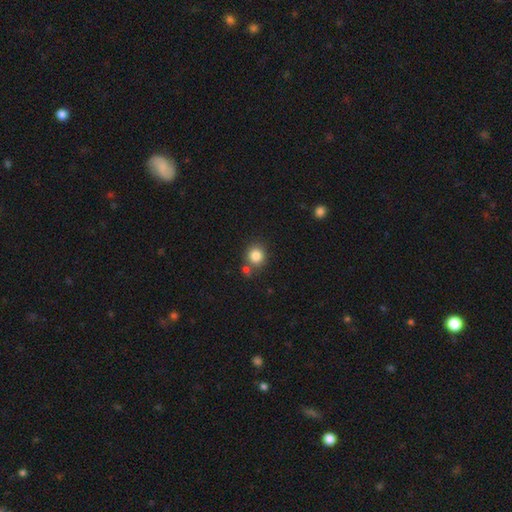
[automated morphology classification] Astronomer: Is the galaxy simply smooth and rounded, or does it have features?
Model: smooth — 83%.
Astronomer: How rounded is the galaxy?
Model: round — 85%.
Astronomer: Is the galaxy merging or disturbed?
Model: none — 71%.